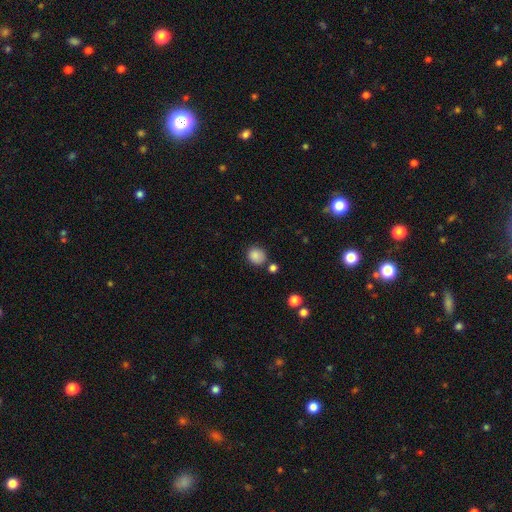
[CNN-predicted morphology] type=smooth (85%); roundness=round (79%); merging=none (76%).